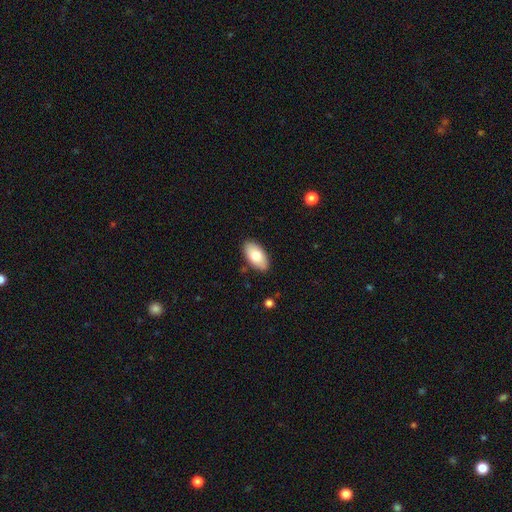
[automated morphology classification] Smooth or featured?
  - smooth: 77% *
  - featured or disk: 17%
  - star or artifact: 6%
How rounded?
  - in between: 94% *
  - cigar-shaped: 3%
  - round: 3%
Merging?
  - none: 87% *
  - minor disturbance: 10%
  - major disturbance: 2%
  - merger: 1%